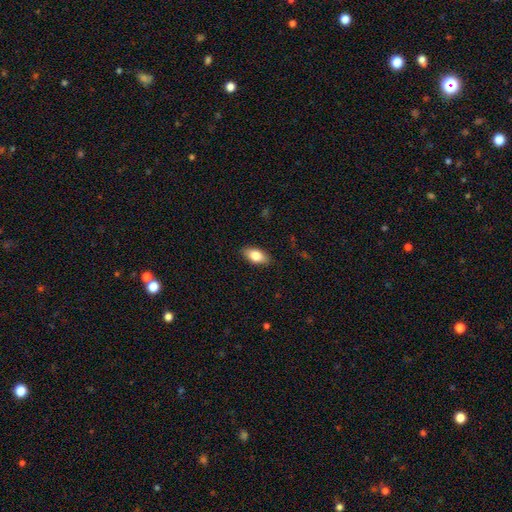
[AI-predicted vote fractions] Smooth or featured: smooth — 79% (featured or disk — 14%)
How rounded: in between — 90% (cigar-shaped — 5%)
Merging: none — 87% (minor disturbance — 10%)